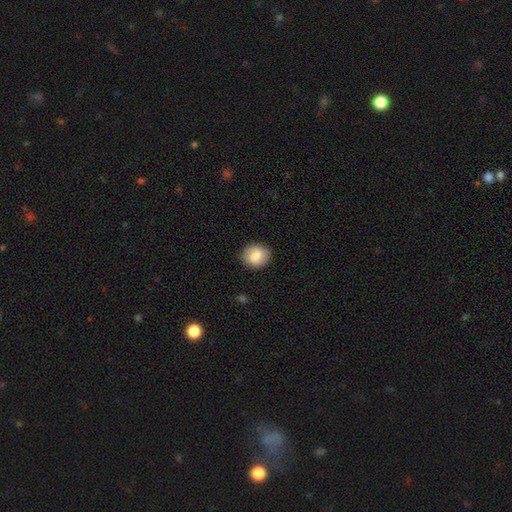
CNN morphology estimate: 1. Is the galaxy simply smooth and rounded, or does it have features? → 79% smooth, 13% featured or disk, 7% star or artifact.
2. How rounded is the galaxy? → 66% round, 33% in between, 1% cigar-shaped.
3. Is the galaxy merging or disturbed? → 86% none, 10% minor disturbance, 3% major disturbance, 1% merger.